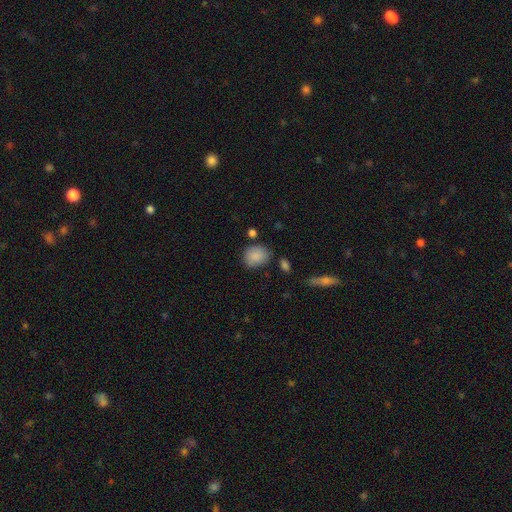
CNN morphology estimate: Q: Smooth or featured?
A: smooth (86%); runner-up: star or artifact (8%)
Q: How rounded?
A: round (56%); runner-up: in between (43%)
Q: Merging?
A: none (71%); runner-up: minor disturbance (20%)